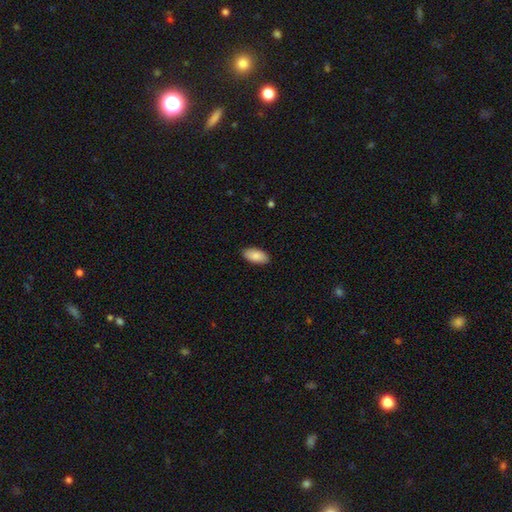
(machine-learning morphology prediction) Smooth or featured? smooth (88%)
How rounded? in between (93%)
Merging? none (89%)